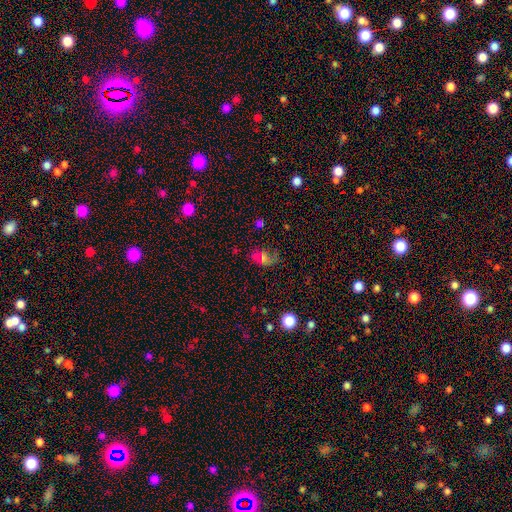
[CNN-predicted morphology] Q: Smooth or featured?
A: smooth (46%); runner-up: featured or disk (31%)
Q: Merging?
A: none (63%); runner-up: minor disturbance (23%)